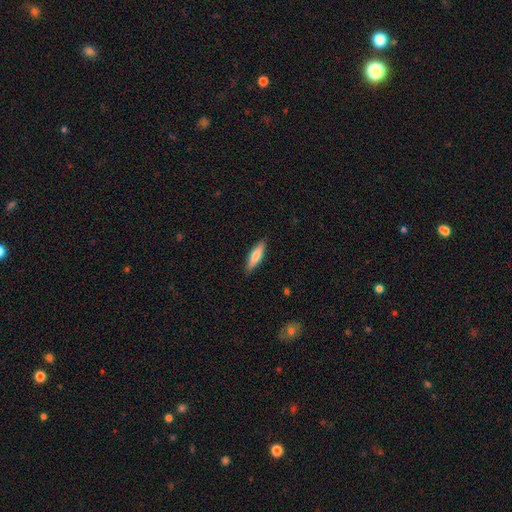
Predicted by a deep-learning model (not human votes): The model was most divided on "how rounded": cigar-shaped: 64%, in between: 35%, round: 2%. More confident: merging — none (88%); smooth or featured — smooth (76%).